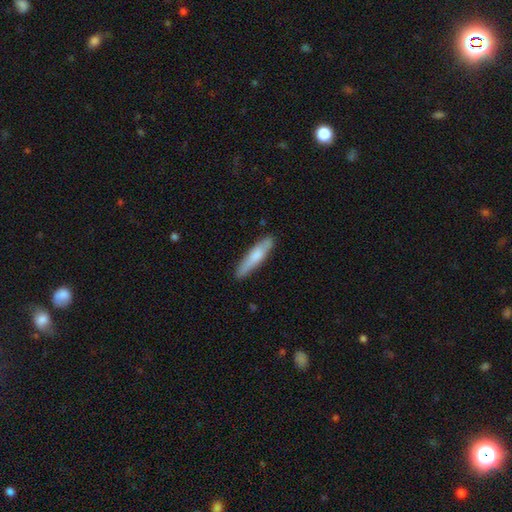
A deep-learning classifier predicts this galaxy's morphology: The model was most divided on "smooth or featured": smooth: 69%, featured or disk: 26%, star or artifact: 5%. More confident: how rounded — cigar-shaped (86%); merging — none (85%).